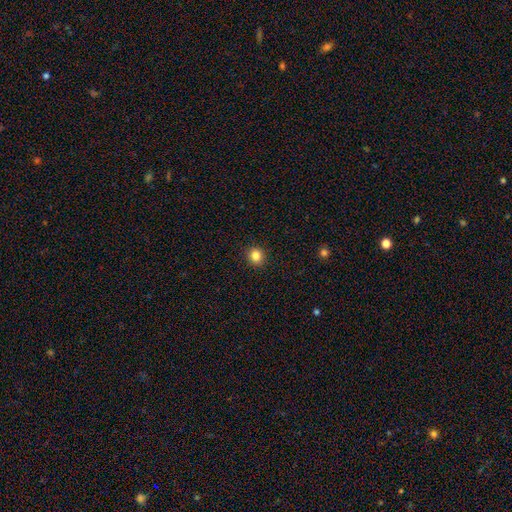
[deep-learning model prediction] This is clearly a smooth galaxy (84%). How rounded: clearly round (86%). Merging: clearly none (93%).